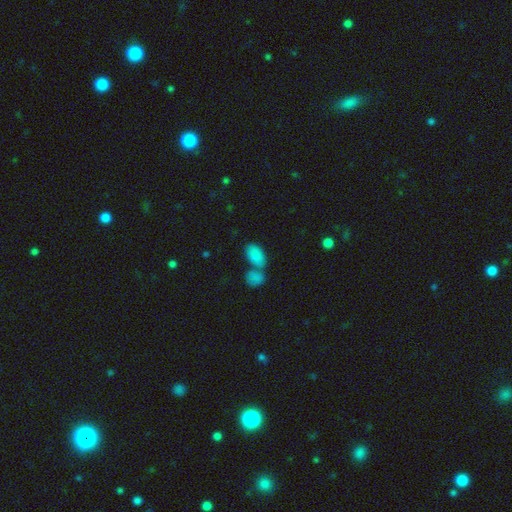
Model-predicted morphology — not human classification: Smooth or featured? Predicted: smooth (p=0.85). How rounded? Predicted: in between (p=0.93). Merging? Predicted: merger (p=0.44).